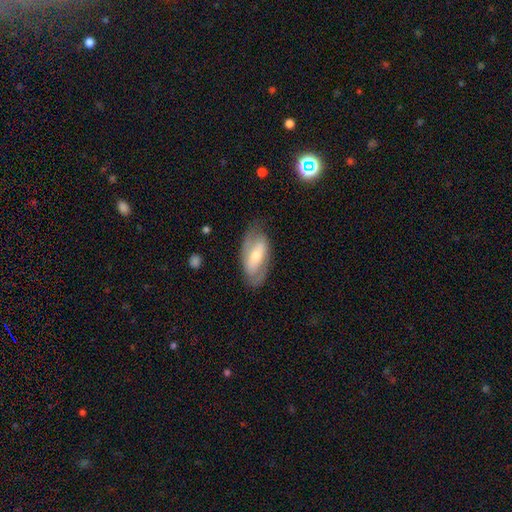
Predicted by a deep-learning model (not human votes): Smooth or featured? Predicted: featured or disk (p=0.66). Edge-on disk? Predicted: no (p=0.88). Bar? Predicted: strong (p=0.41). Spiral arms? Predicted: yes (p=0.72). Bulge size? Predicted: moderate (p=0.52). Merging? Predicted: none (p=0.76).